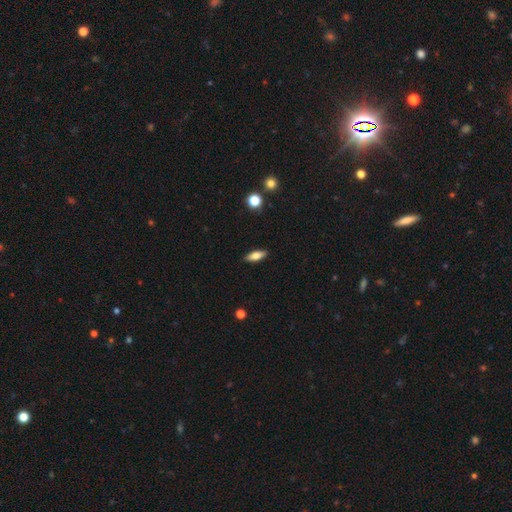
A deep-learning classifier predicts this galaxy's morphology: The model was most divided on "how rounded": in between: 69%, cigar-shaped: 28%, round: 3%. More confident: merging — none (89%); smooth or featured — smooth (72%).